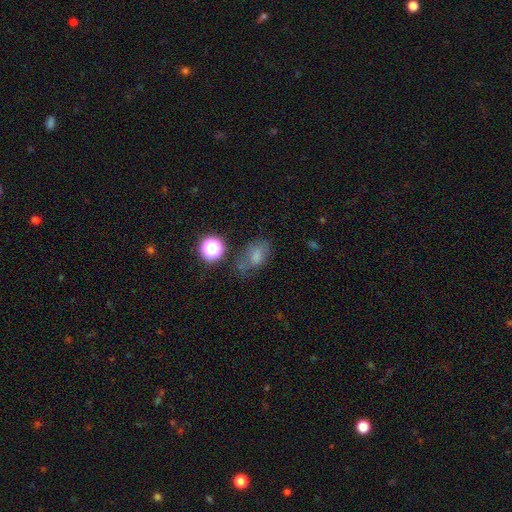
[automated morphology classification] Smooth or featured? Predicted: smooth (p=0.65). How rounded? Predicted: in between (p=0.75). Merging? Predicted: none (p=0.49).